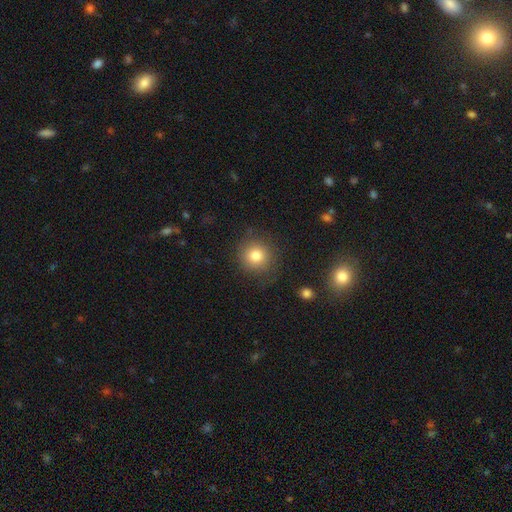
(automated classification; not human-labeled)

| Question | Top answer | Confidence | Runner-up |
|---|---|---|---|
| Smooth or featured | smooth | 80% | star or artifact (11%) |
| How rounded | round | 91% | in between (8%) |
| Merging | none | 83% | minor disturbance (11%) |